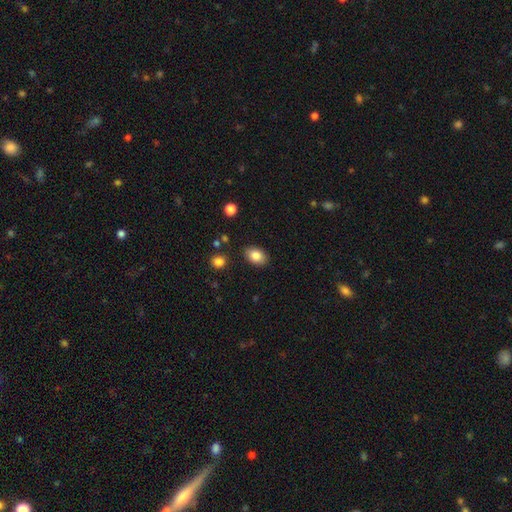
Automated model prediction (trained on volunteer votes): A smooth galaxy with no disk features (84%) that is in between round and cigar-shaped (83%). Merging: none (86%).